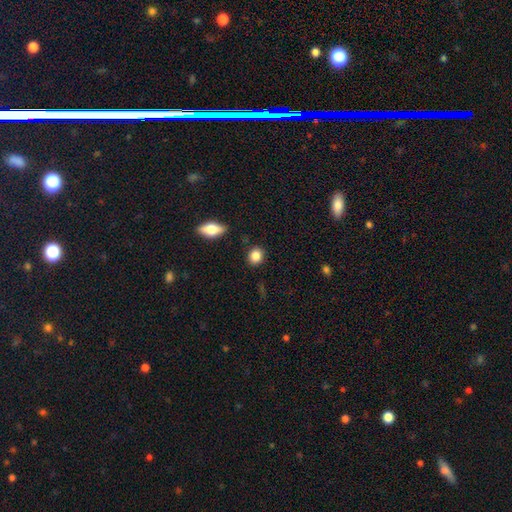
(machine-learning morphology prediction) type=smooth (86%); roundness=round (72%); merging=none (87%).